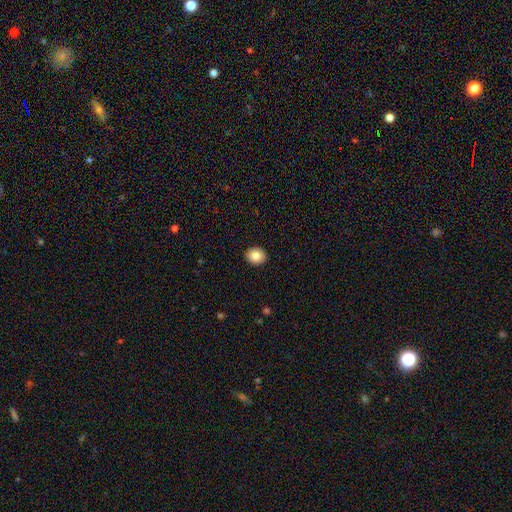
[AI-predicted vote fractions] A smooth galaxy with no disk features (84%) that is round (68%). Merging: none (92%).